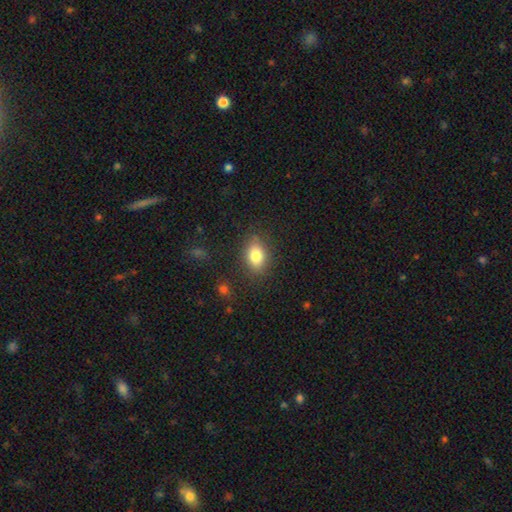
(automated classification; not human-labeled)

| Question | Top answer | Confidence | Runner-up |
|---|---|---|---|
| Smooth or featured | smooth | 81% | featured or disk (10%) |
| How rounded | in between | 78% | round (20%) |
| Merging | none | 81% | minor disturbance (13%) |